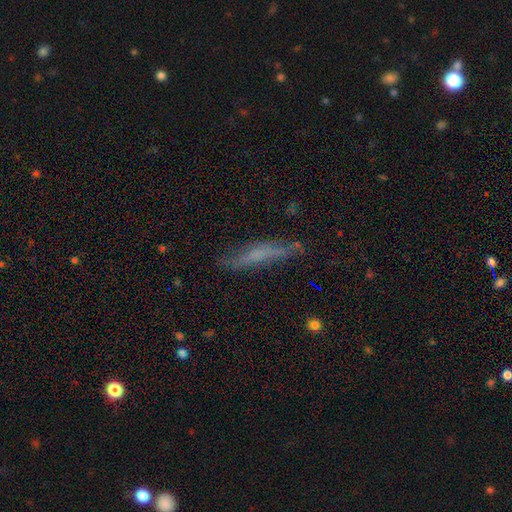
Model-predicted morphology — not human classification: smooth-or-featured: smooth: 48% | featured or disk: 42% | star or artifact: 10%
  merging: none: 65% | minor disturbance: 24% | major disturbance: 8% | merger: 3%